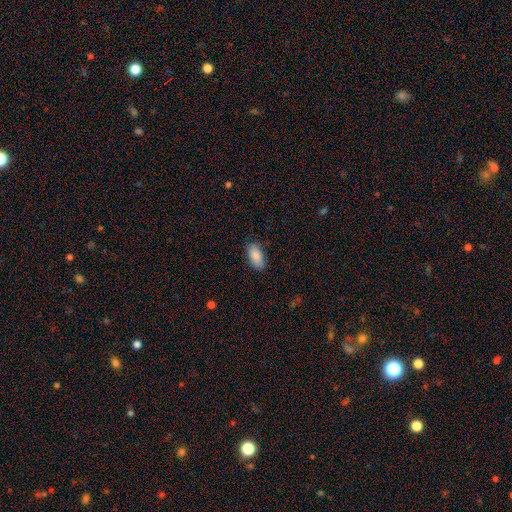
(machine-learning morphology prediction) smooth 87%, featured or disk 7%, star or artifact 7%. Down the decision tree: how rounded — in between (93%); merging — none (81%).